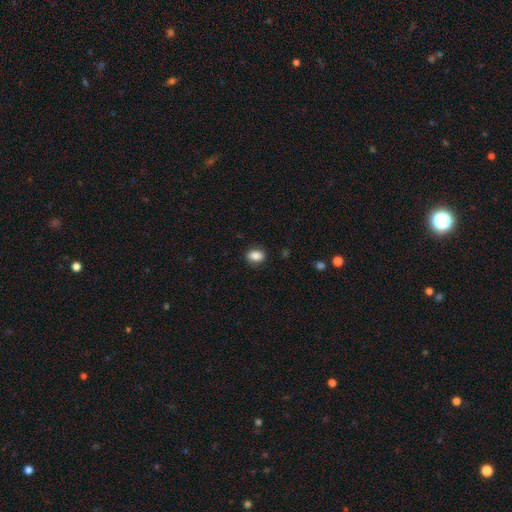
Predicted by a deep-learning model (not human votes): A smooth galaxy with no disk features (87%) that is in between round and cigar-shaped (74%).

Vote fractions:
- Smooth or featured? smooth: 87% / star or artifact: 8% / featured or disk: 5%
- How rounded? in between: 74% / round: 25% / cigar-shaped: 1%
- Merging? none: 87% / minor disturbance: 9% / major disturbance: 2% / merger: 1%